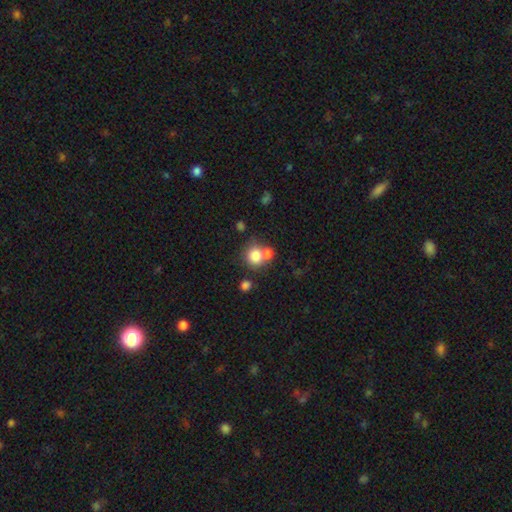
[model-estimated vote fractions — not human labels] This appears to be a smooth galaxy with no disk features (78%) that is round (83%). Merging: none (47%).